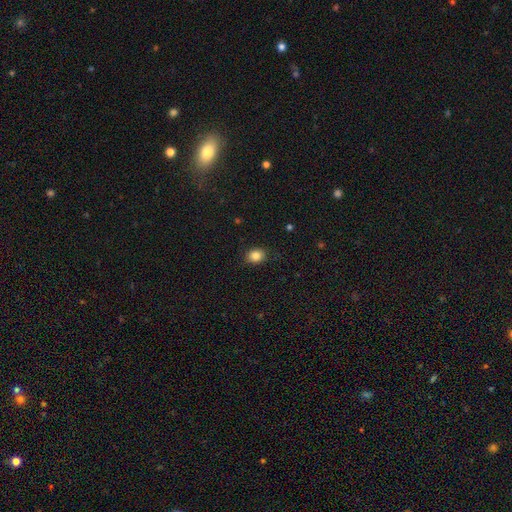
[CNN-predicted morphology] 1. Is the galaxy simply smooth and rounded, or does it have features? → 85% smooth, 10% star or artifact, 5% featured or disk.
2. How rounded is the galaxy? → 50% in between, 49% round, 1% cigar-shaped.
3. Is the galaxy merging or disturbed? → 86% none, 11% minor disturbance, 2% major disturbance, 1% merger.